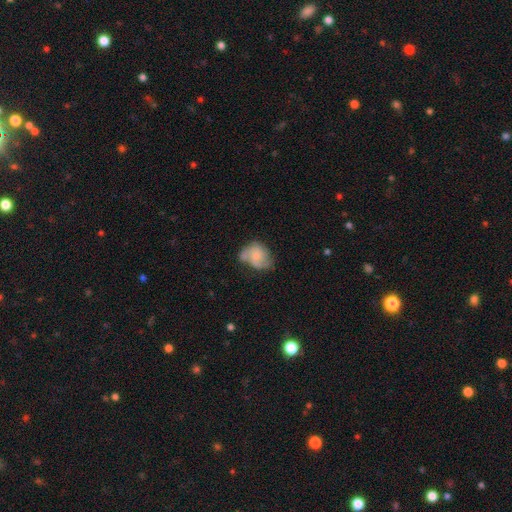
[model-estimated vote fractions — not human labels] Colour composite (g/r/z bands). It shows a featured or disk galaxy (53%) with no bar (75%), spiral arms (79%) and a small central bulge (56%). Merging: none (39%).